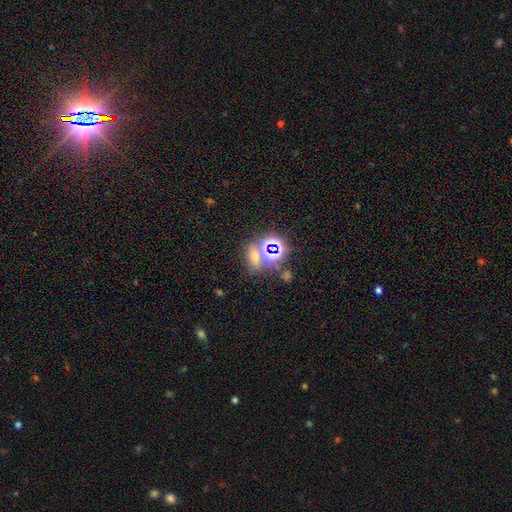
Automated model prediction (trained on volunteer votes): A star or artifact, not a galaxy (54%).